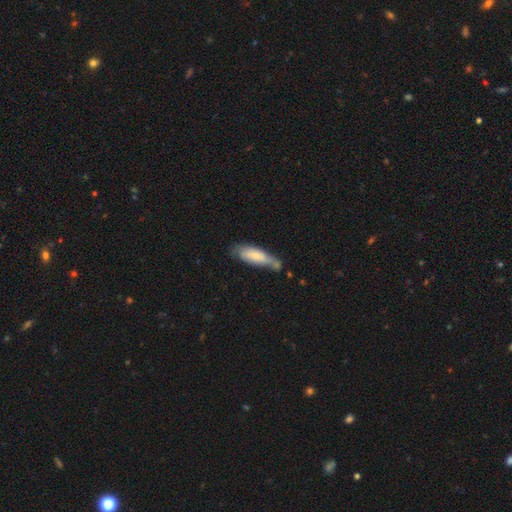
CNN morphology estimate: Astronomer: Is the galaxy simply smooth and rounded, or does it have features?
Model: smooth — 63%.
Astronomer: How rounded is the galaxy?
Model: in between — 54% (runner-up: cigar-shaped, 44%).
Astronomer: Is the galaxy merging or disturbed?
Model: none — 41% (runner-up: minor disturbance, 33%).